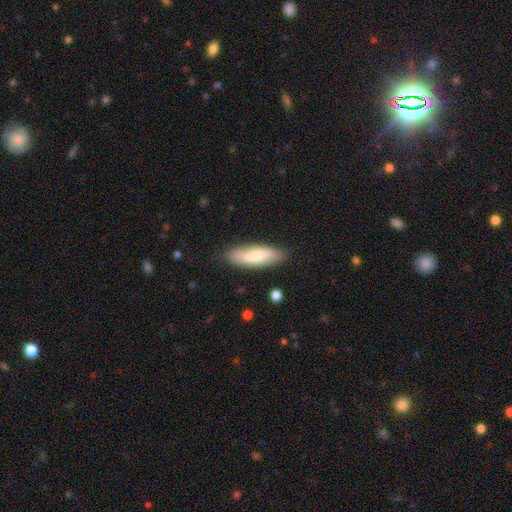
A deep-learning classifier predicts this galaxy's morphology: This appears to be a smooth galaxy with no disk features (72%) that is in between round and cigar-shaped (53%). Merging: none (83%).